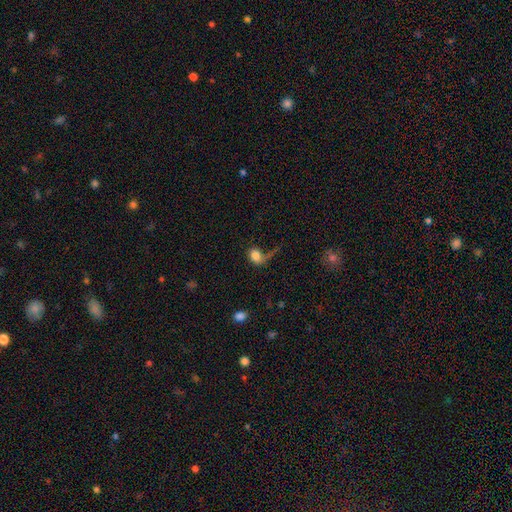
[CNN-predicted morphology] Smooth or featured? Predicted: smooth (p=0.73). How rounded? Predicted: in between (p=0.57). Merging? Predicted: major disturbance (p=0.43).